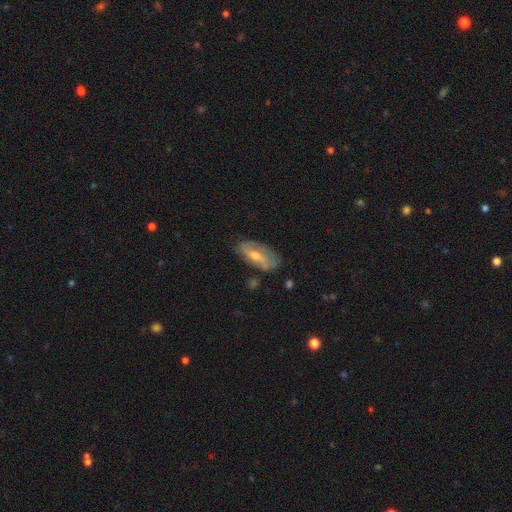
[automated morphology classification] Smooth or featured? featured or disk (60%)
Edge-on disk? no (82%)
Merging? none (69%)